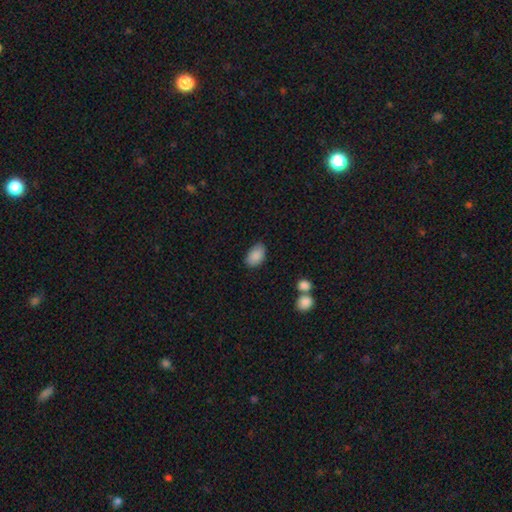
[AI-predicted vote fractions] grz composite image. It shows a smooth galaxy with no disk features (88%) that is in between round and cigar-shaped (91%). Merging: none (78%).